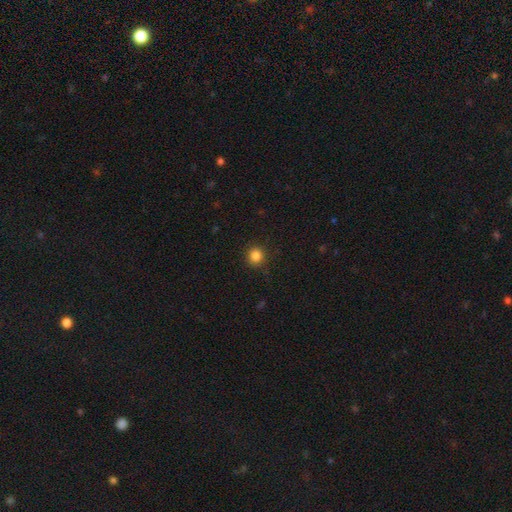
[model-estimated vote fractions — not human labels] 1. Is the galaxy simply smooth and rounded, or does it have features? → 84% smooth, 12% star or artifact, 4% featured or disk.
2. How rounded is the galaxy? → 92% round, 7% in between, 1% cigar-shaped.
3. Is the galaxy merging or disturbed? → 90% none, 7% minor disturbance, 2% major disturbance, 1% merger.